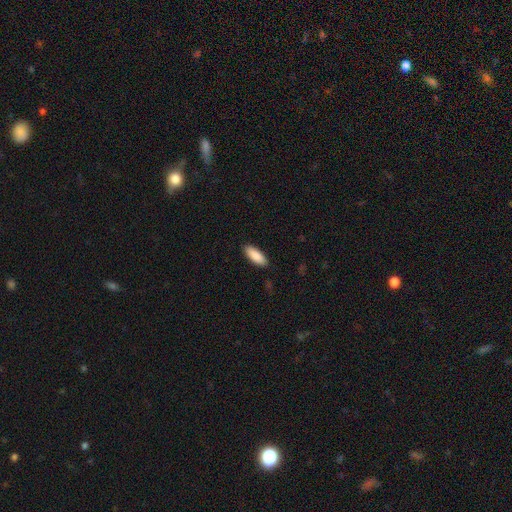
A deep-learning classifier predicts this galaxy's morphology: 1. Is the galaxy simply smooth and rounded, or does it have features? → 89% smooth, 6% star or artifact, 5% featured or disk.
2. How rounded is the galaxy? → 72% in between, 26% cigar-shaped, 2% round.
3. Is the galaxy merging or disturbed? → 89% none, 8% minor disturbance, 2% major disturbance, 1% merger.